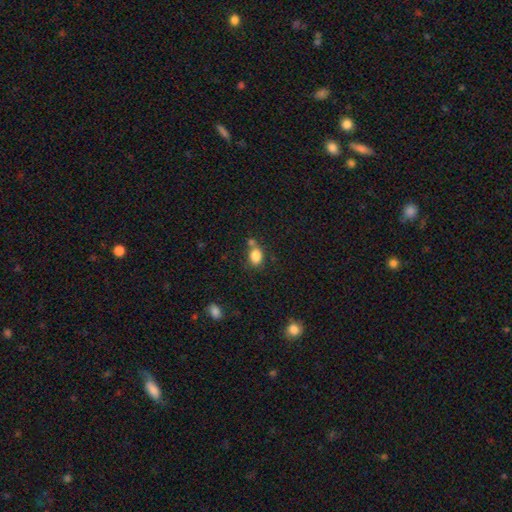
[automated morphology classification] smooth-or-featured: smooth: 84% | star or artifact: 10% | featured or disk: 6%
  how-rounded: in between: 67% | round: 31% | cigar-shaped: 1%
  merging: none: 56% | merger: 24% | minor disturbance: 15% | major disturbance: 5%